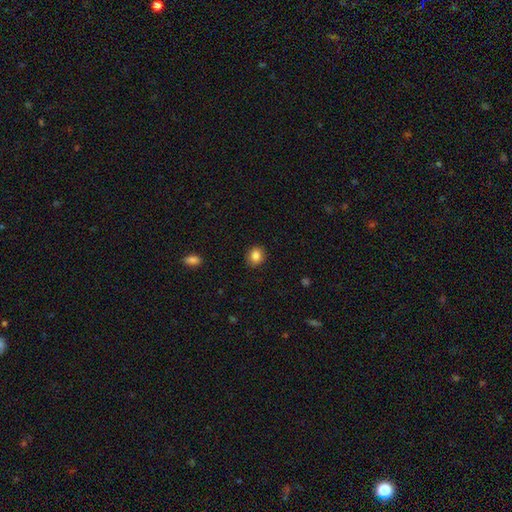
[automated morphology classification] Smooth or featured? smooth (86%)
How rounded? round (64%)
Merging? none (89%)